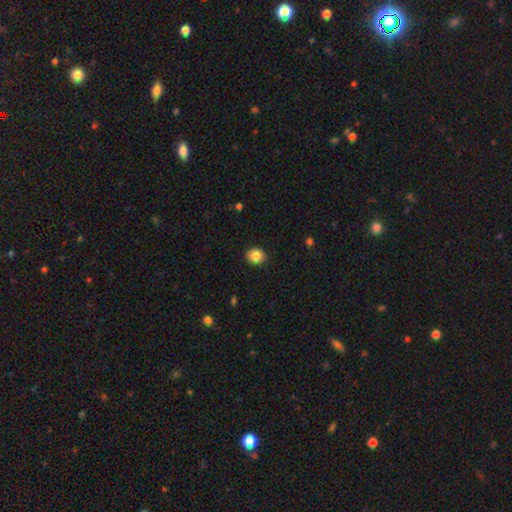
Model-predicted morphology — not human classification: type=smooth (86%); roundness=round (79%); merging=none (91%).